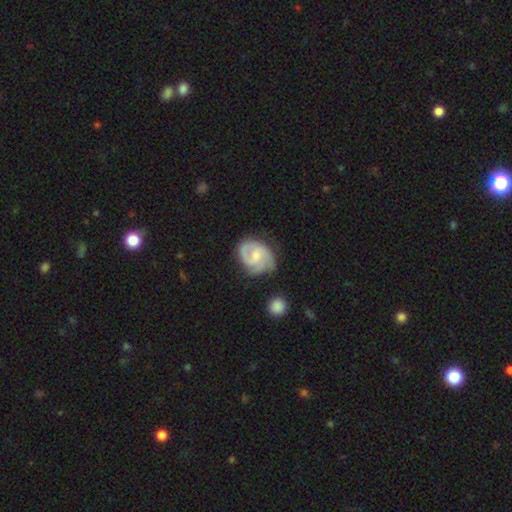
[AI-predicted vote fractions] Smooth or featured? Predicted: featured or disk (p=0.79). Edge-on disk? Predicted: no (p=0.98). Bar? Predicted: no (p=0.48). Spiral arms? Predicted: yes (p=0.95). Spiral winding? Predicted: medium (p=0.49). Spiral arm count? Predicted: 2 (p=0.52). Bulge size? Predicted: moderate (p=0.46, tied with small). Merging? Predicted: none (p=0.60).